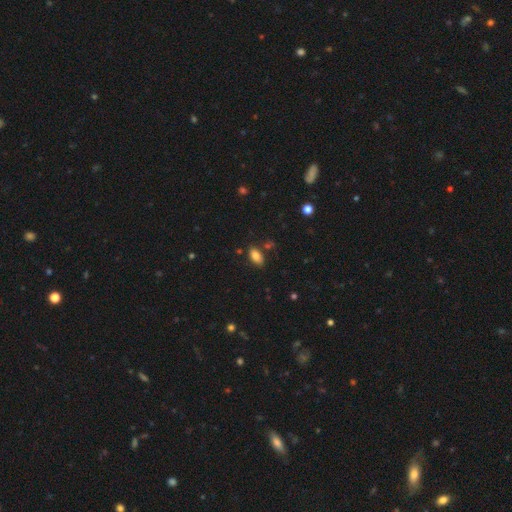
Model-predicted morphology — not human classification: Smooth or featured?
  - smooth: 83% *
  - star or artifact: 9%
  - featured or disk: 7%
How rounded?
  - in between: 92% *
  - round: 5%
  - cigar-shaped: 3%
Merging?
  - none: 81% *
  - minor disturbance: 12%
  - merger: 4%
  - major disturbance: 3%